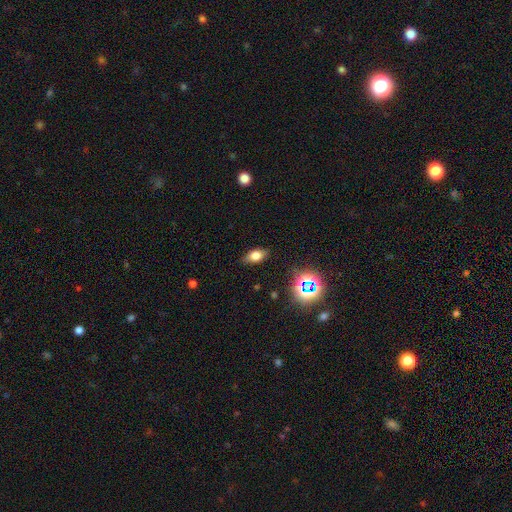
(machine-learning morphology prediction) A smooth galaxy with no disk features (70%) that is in between round and cigar-shaped (84%). Merging: none (85%).